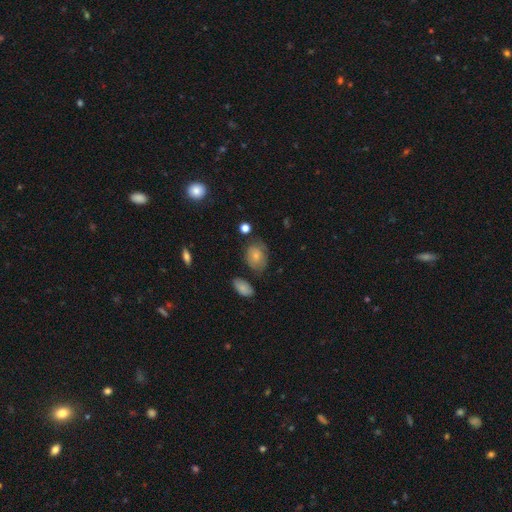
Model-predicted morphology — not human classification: Overall: smooth (71%). How rounded: in between (59%; round 40%). Merging: none (58%; minor disturbance 27%).